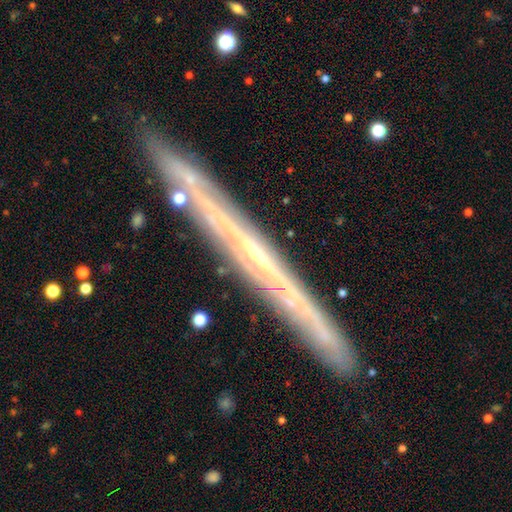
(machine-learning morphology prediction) featured or disk 77%, smooth 14%, star or artifact 9%. Down the decision tree: edge-on disk — yes (94%); edge-on bulge — none (59%); merging — none (87%).